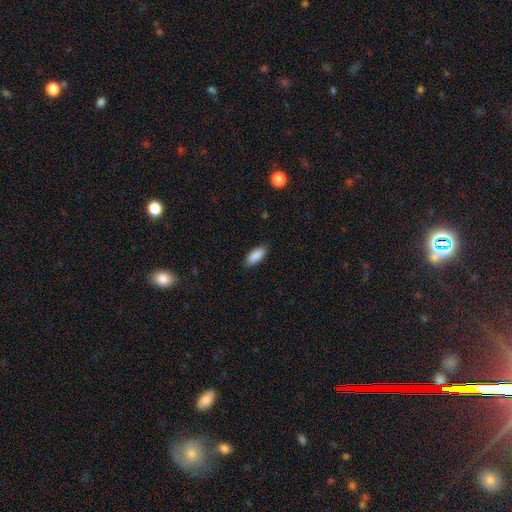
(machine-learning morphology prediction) Smooth or featured?
  - smooth: 89% *
  - star or artifact: 6%
  - featured or disk: 4%
How rounded?
  - in between: 83% *
  - cigar-shaped: 15%
  - round: 2%
Merging?
  - none: 84% *
  - minor disturbance: 13%
  - major disturbance: 2%
  - merger: 1%